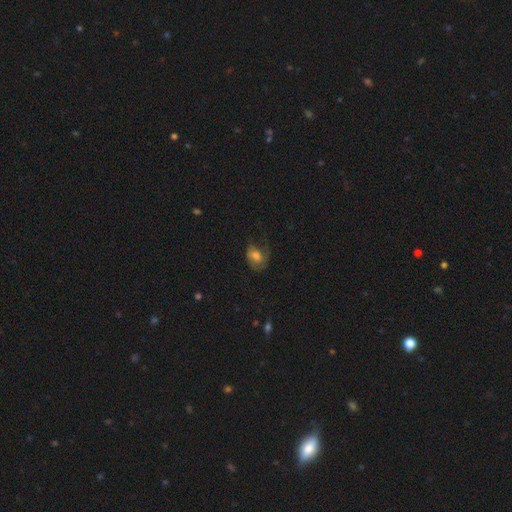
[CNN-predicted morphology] Smooth or featured: smooth — 58% (featured or disk — 32%)
How rounded: in between — 62% (round — 37%)
Merging: none — 47% (minor disturbance — 26%)